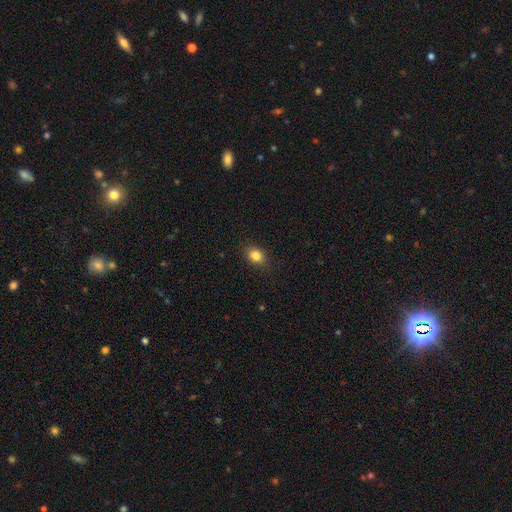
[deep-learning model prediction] Smooth or featured: smooth — 84% (star or artifact — 10%)
How rounded: in between — 67% (round — 31%)
Merging: none — 87% (minor disturbance — 10%)